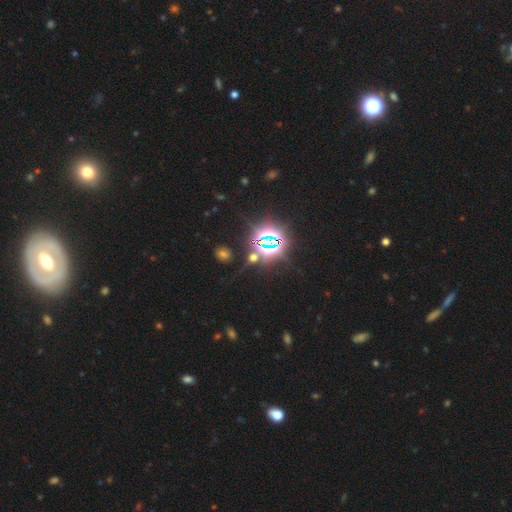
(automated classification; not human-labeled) Overall: star or artifact (79%).